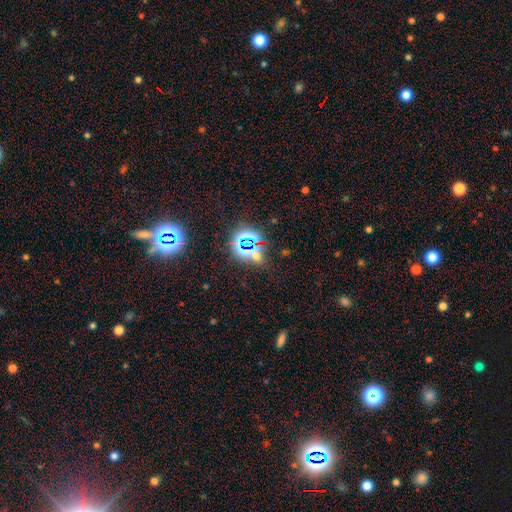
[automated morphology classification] Smooth or featured? Predicted: star or artifact (p=0.70).